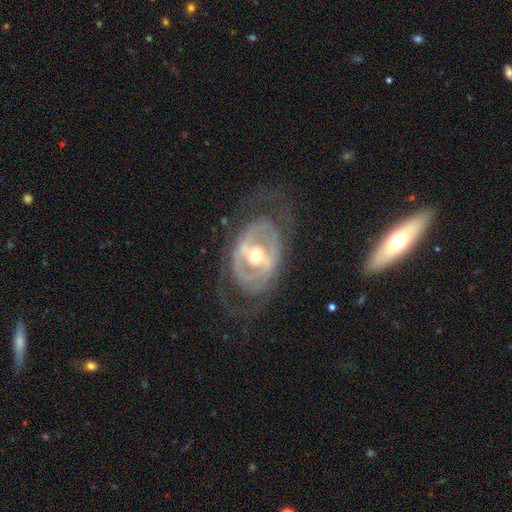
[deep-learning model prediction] Overall: featured or disk (82%). Edge-on disk: no (94%). Bar: strong (39%; weak 35%). Spiral arms: yes (61%; no 39%). Bulge size: moderate (67%). Merging: none (67%).